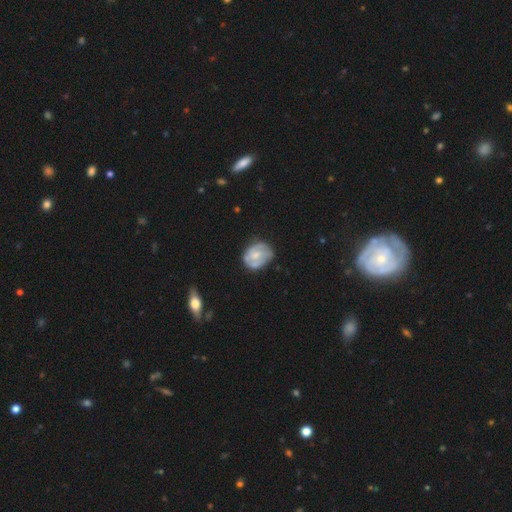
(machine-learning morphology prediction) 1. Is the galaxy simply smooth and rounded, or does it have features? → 55% featured or disk, 39% smooth, 6% star or artifact.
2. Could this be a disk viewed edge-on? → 97% no, 3% yes.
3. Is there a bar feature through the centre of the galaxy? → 71% no, 25% weak, 4% strong.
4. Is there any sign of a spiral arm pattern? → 54% yes, 46% no.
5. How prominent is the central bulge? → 43% moderate, 41% small, 11% none, 3% large, 1% dominant.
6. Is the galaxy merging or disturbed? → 59% none, 27% minor disturbance, 10% major disturbance, 3% merger.